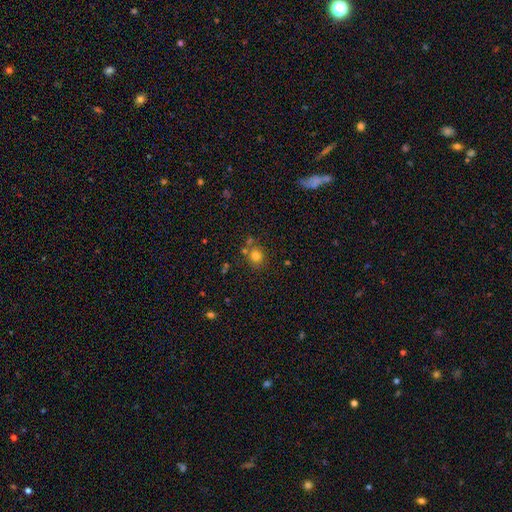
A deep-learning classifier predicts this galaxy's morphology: smooth 78%, star or artifact 14%, featured or disk 8%. Down the decision tree: how rounded — round (81%); merging — none (70%).